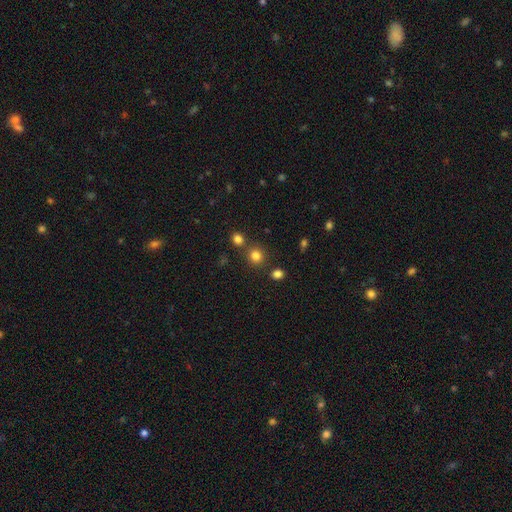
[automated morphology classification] smooth-or-featured: smooth: 81% | star or artifact: 14% | featured or disk: 5%
  how-rounded: round: 88% | in between: 11% | cigar-shaped: 1%
  merging: none: 78% | merger: 12% | minor disturbance: 7% | major disturbance: 3%